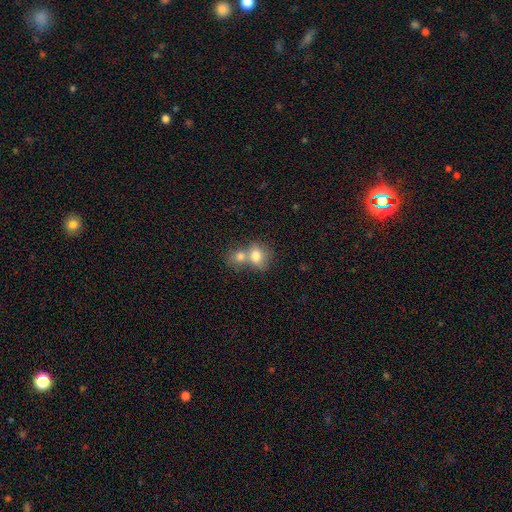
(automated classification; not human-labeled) Morphology: type=smooth (77%); roundness=in between (50%); merging=merger (65%).